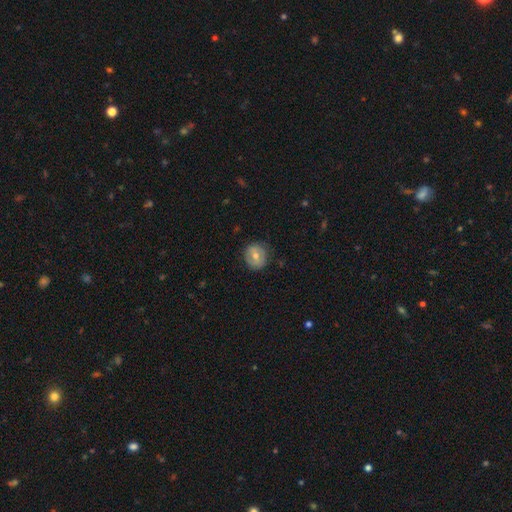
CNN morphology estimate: Smooth or featured: smooth — 53% (featured or disk — 40%)
How rounded: round — 85% (in between — 14%)
Merging: none — 81% (minor disturbance — 15%)